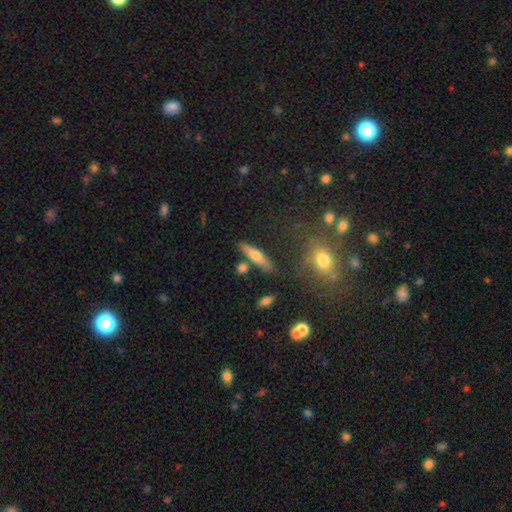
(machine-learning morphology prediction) Overall: smooth (60%; featured or disk 33%). How rounded: cigar-shaped (74%). Merging: none (76%).